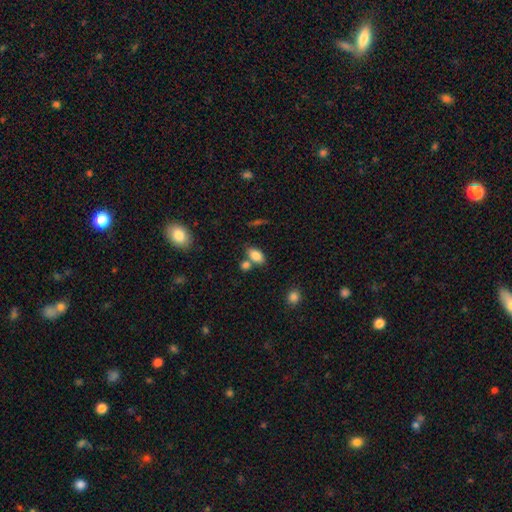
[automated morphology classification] A smooth galaxy with no disk features (83%) that is in between round and cigar-shaped (88%).

Vote fractions:
- Smooth or featured? smooth: 83% / star or artifact: 9% / featured or disk: 8%
- How rounded? in between: 88% / round: 9% / cigar-shaped: 3%
- Merging? none: 59% / merger: 26% / minor disturbance: 12% / major disturbance: 4%